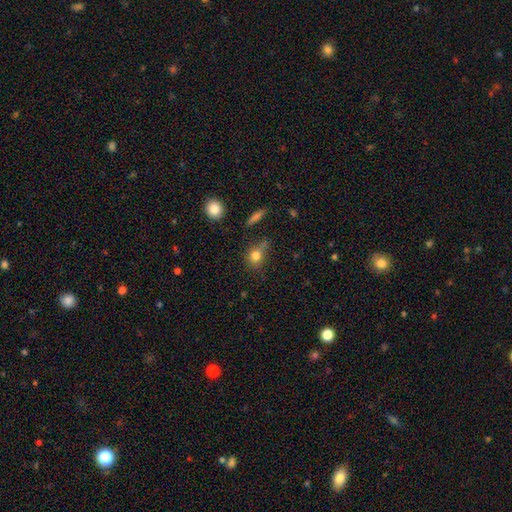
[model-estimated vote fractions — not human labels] smooth 79%, star or artifact 12%, featured or disk 8%. Down the decision tree: how rounded — round (69%); merging — none (59%).